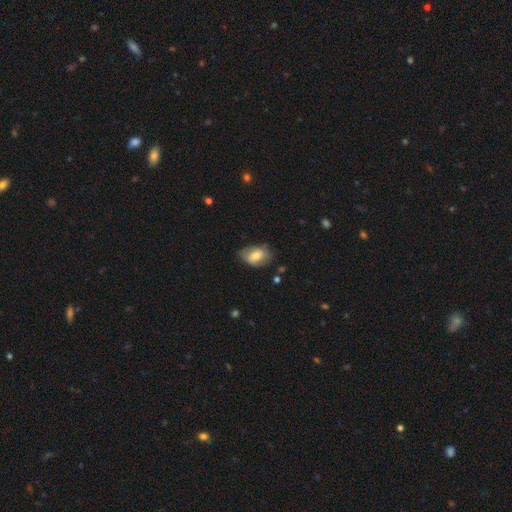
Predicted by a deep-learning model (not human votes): This is likely a smooth galaxy (68%). How rounded: clearly in between (84%). Merging: likely none (63%).